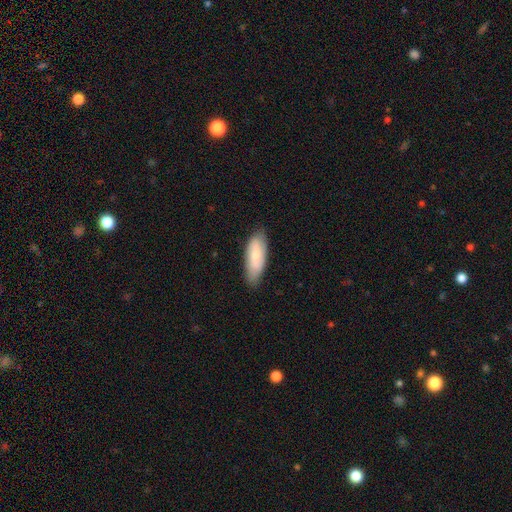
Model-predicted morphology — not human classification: This is likely a smooth galaxy (68%). How rounded: likely in between (71%). Merging: likely none (79%).